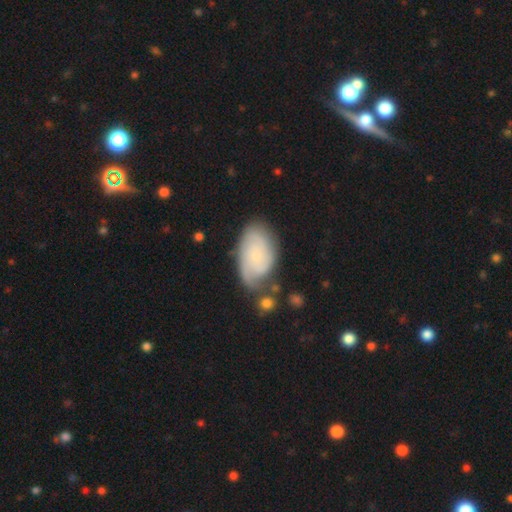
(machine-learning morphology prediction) Smooth or featured? featured or disk (58%)
Edge-on disk? no (96%)
Bar? no (77%)
Spiral arms? yes (87%)
Bulge size? small (78%)
Merging? none (60%)